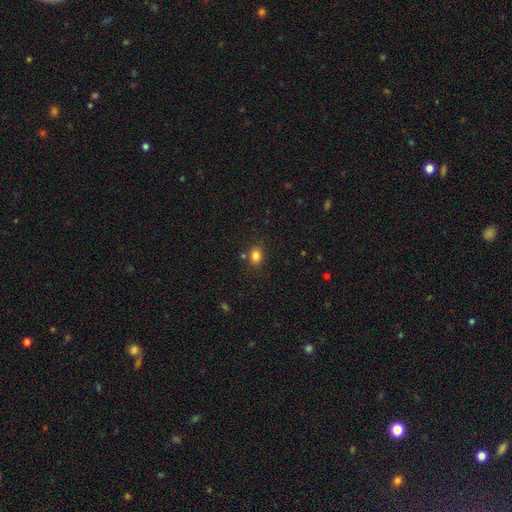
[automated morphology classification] The model was most divided on "how rounded": in between: 54%, round: 45%, cigar-shaped: 1%. More confident: smooth or featured — smooth (82%); merging — none (79%).